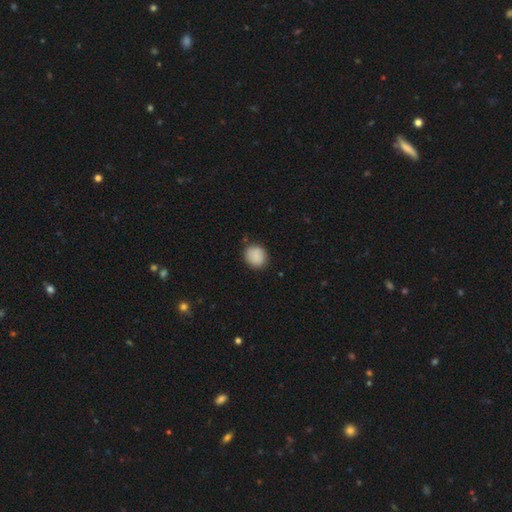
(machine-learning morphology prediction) smooth 87%, star or artifact 7%, featured or disk 5%. Down the decision tree: how rounded — round (81%); merging — none (85%).